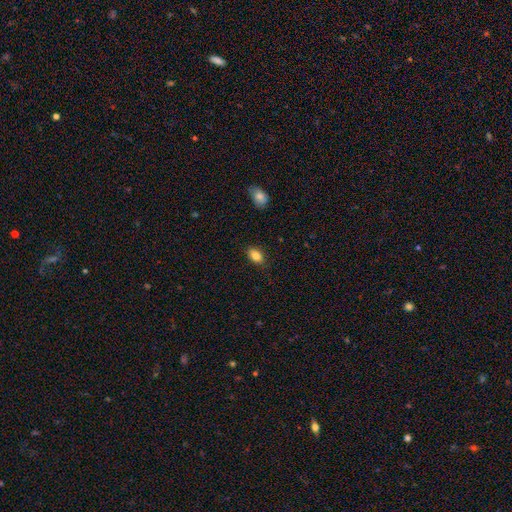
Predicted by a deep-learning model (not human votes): Morphology: type=smooth (84%); roundness=in between (83%); merging=none (86%).